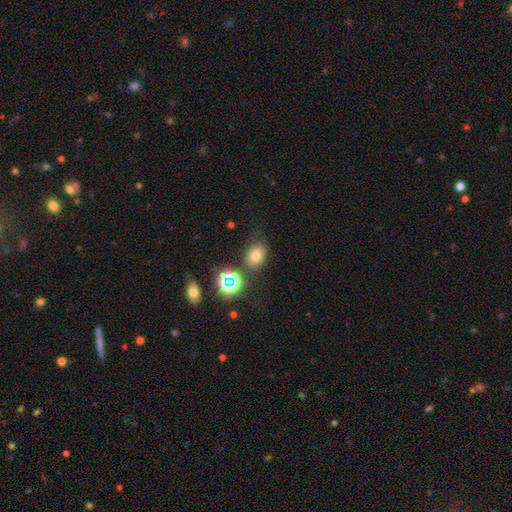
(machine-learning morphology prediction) A smooth galaxy with no disk features (70%) that is in between round and cigar-shaped (57%).

Vote fractions:
- Smooth or featured? smooth: 70% / star or artifact: 20% / featured or disk: 11%
- How rounded? in between: 57% / round: 42% / cigar-shaped: 1%
- Merging? none: 76% / minor disturbance: 13% / merger: 6% / major disturbance: 5%